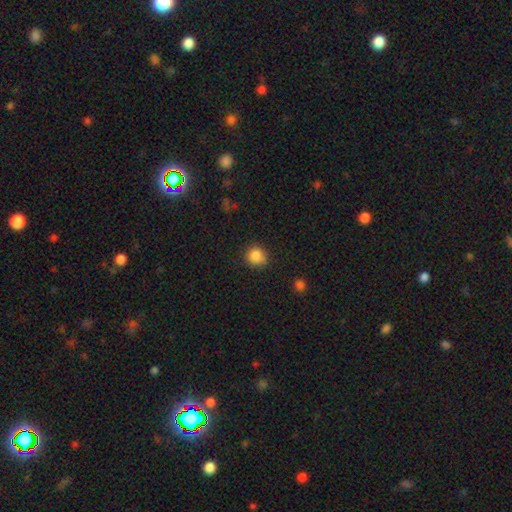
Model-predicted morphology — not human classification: smooth-or-featured: smooth: 86% | star or artifact: 10% | featured or disk: 4%
  how-rounded: round: 88% | in between: 11% | cigar-shaped: 1%
  merging: none: 82% | minor disturbance: 14% | major disturbance: 3% | merger: 2%